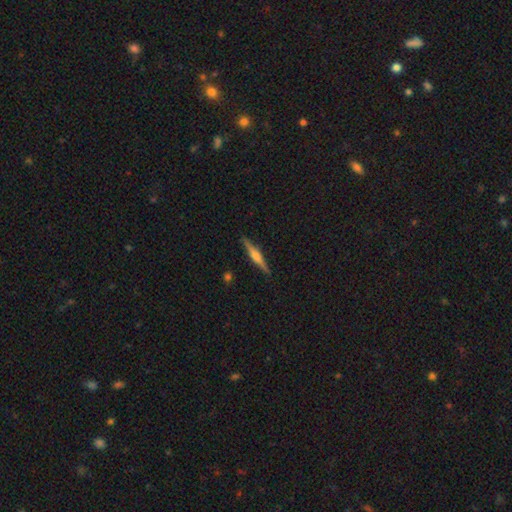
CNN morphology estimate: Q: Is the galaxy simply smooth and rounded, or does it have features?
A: featured or disk — 65%.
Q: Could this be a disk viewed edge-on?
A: yes — 98%.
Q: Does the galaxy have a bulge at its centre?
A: rounded — 75%.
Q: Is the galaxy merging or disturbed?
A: none — 90%.